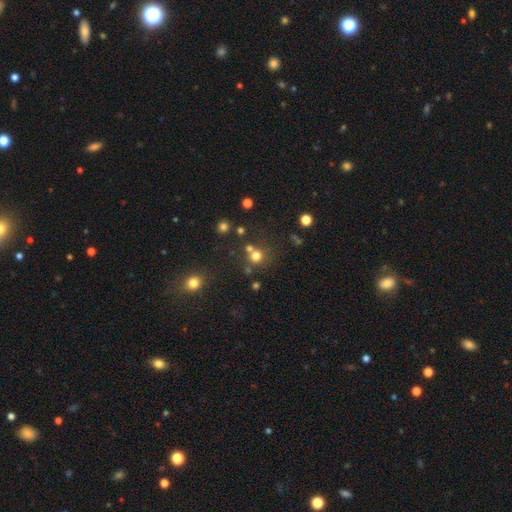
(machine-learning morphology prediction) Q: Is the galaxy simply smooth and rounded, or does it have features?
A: smooth — 72%.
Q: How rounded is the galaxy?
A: round — 88%.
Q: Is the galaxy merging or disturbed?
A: none — 59%.